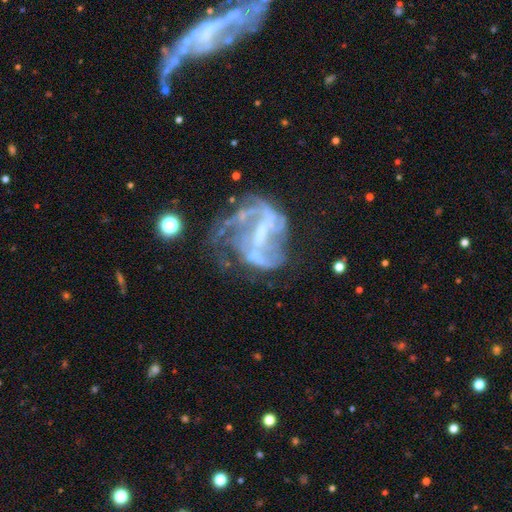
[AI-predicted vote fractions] Q: Smooth or featured?
A: featured or disk (80%); runner-up: star or artifact (11%)
Q: Edge-on disk?
A: no (97%); runner-up: yes (3%)
Q: Bar?
A: strong (42%); runner-up: weak (36%)
Q: Spiral arms?
A: yes (68%); runner-up: no (32%)
Q: Spiral winding?
A: loose (43%); runner-up: medium (38%)
Q: Spiral arm count?
A: can't tell (33%); runner-up: 2 (32%)
Q: Bulge size?
A: none (45%); runner-up: small (26%)
Q: Merging?
A: major disturbance (41%); runner-up: none (32%)